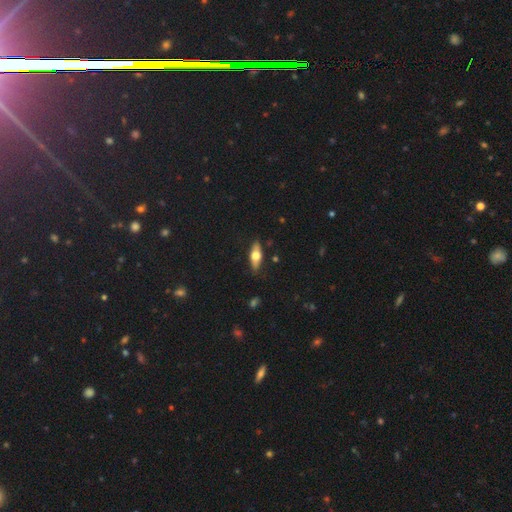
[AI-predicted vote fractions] smooth-or-featured: smooth: 51% | featured or disk: 43% | star or artifact: 6%
  how-rounded: in between: 61% | cigar-shaped: 36% | round: 4%
  merging: none: 86% | minor disturbance: 11% | major disturbance: 2% | merger: 1%